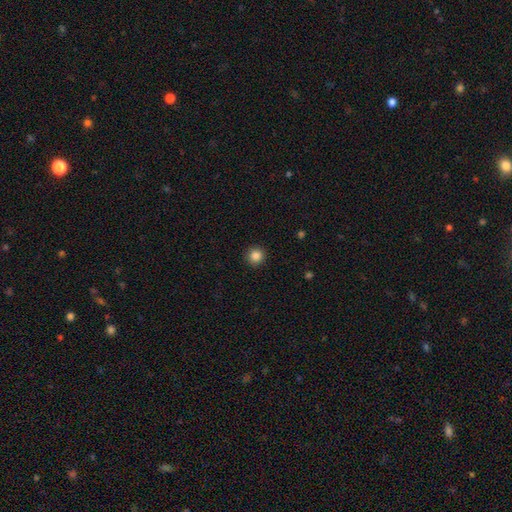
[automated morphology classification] A smooth galaxy with no disk features (86%) that is round (95%). Merging: none (92%).